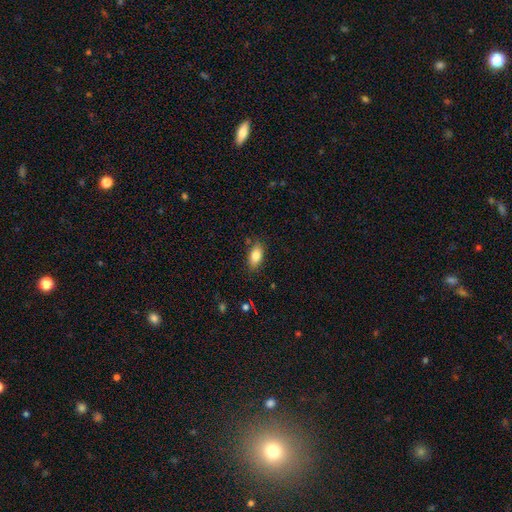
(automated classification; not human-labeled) This is clearly a smooth galaxy (81%). How rounded: clearly in between (88%). Merging: clearly none (82%).